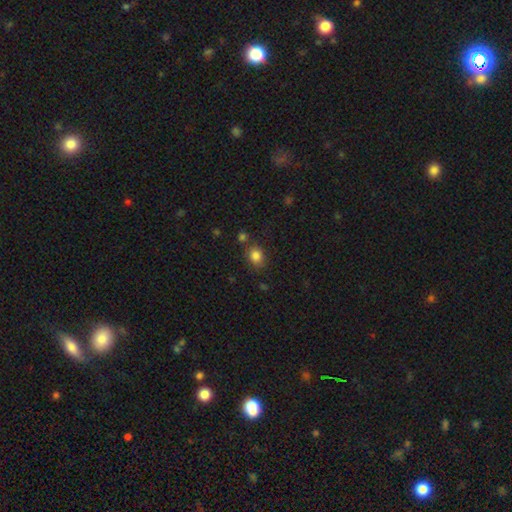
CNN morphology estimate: Smooth or featured? smooth (83%)
How rounded? round (57%)
Merging? none (75%)